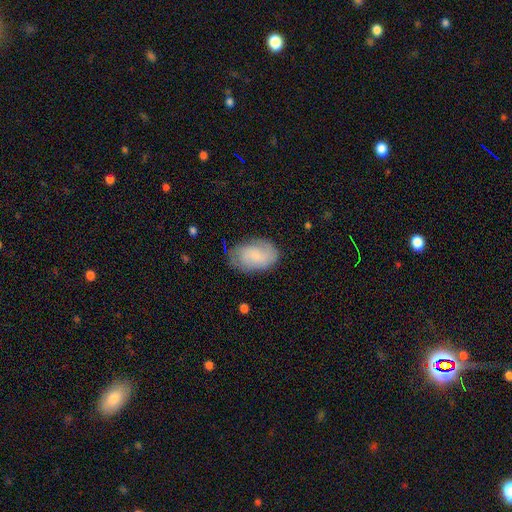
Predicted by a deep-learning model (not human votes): Q: Smooth or featured?
A: smooth (62%); runner-up: featured or disk (31%)
Q: How rounded?
A: in between (90%); runner-up: round (9%)
Q: Merging?
A: none (69%); runner-up: minor disturbance (23%)